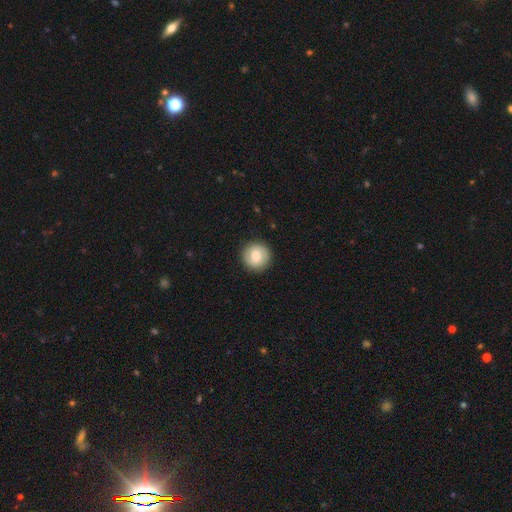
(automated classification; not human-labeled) Morphology: type=smooth (72%); roundness=round (94%); merging=none (90%).